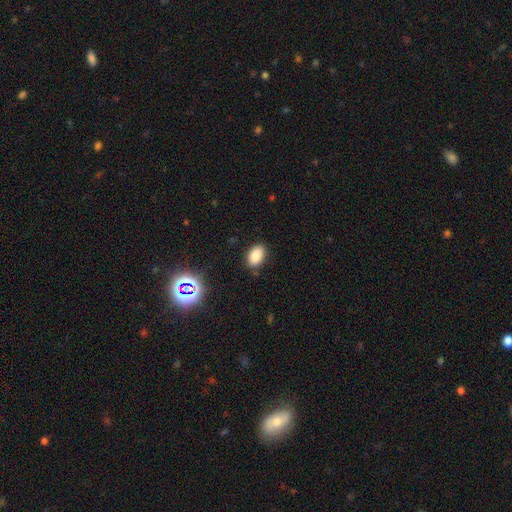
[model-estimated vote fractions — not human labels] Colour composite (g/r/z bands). It shows a smooth galaxy with no disk features (84%) that is in between round and cigar-shaped (90%). Merging: none (84%).